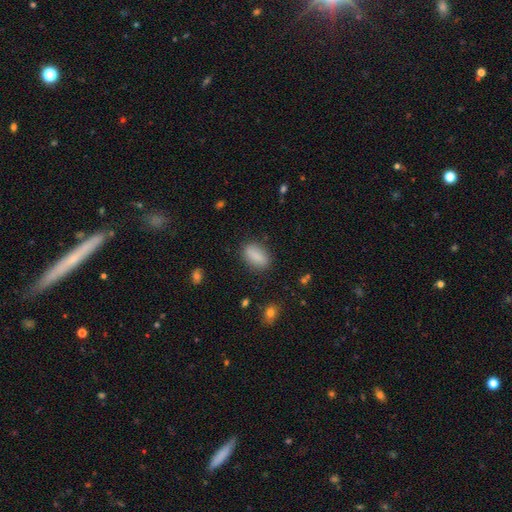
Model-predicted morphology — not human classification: A smooth galaxy with no disk features (84%) that is in between round and cigar-shaped (82%).

Vote fractions:
- Smooth or featured? smooth: 84% / featured or disk: 8% / star or artifact: 7%
- How rounded? in between: 82% / cigar-shaped: 13% / round: 5%
- Merging? none: 85% / minor disturbance: 10% / major disturbance: 3% / merger: 2%